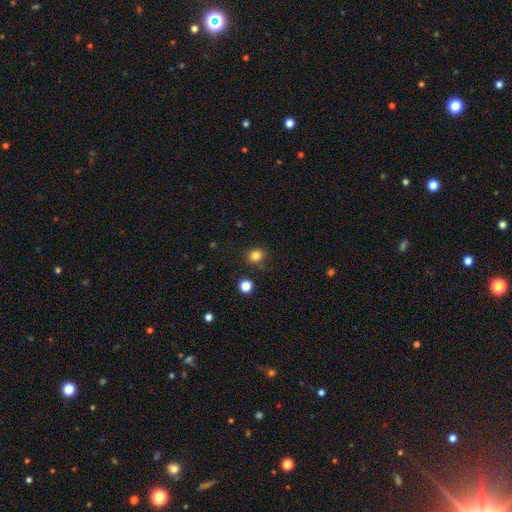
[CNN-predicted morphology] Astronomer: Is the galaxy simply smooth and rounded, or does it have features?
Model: smooth — 83%.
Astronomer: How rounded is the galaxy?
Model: round — 81%.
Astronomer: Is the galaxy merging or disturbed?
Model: none — 85%.